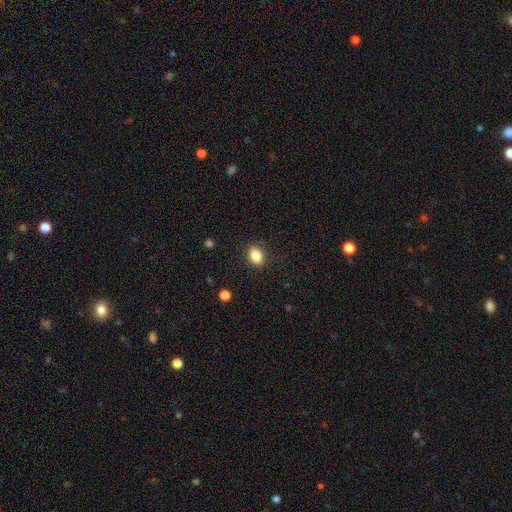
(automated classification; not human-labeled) Morphology: type=smooth (85%); roundness=in between (73%); merging=none (86%).